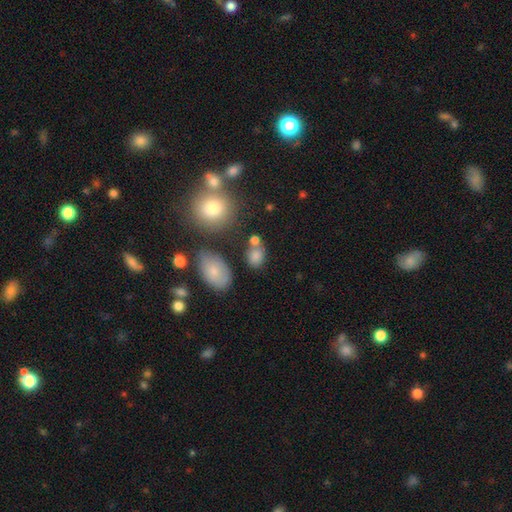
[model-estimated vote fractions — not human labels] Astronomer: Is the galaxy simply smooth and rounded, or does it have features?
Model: smooth — 79%.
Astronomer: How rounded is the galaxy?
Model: in between — 62%.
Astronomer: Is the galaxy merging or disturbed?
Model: none — 60%.